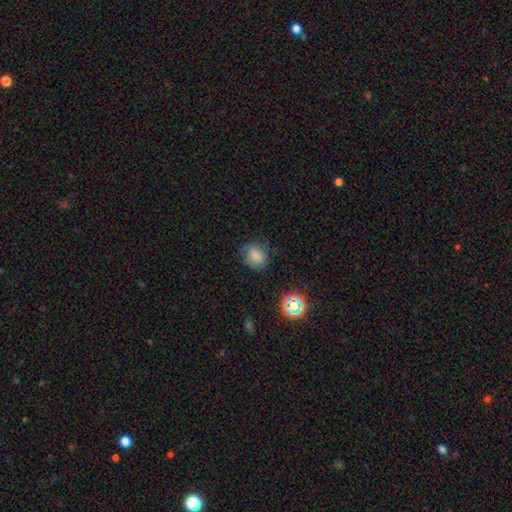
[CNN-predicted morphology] A smooth galaxy with no disk features (70%) that is round (70%). Merging: none (67%).